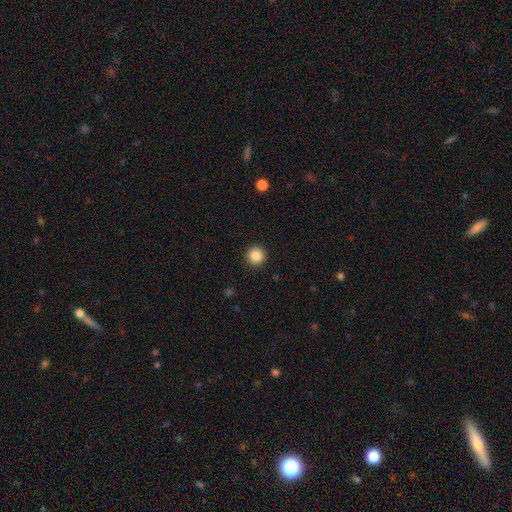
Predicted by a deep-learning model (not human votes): Morphology: type=smooth (86%); roundness=round (96%); merging=none (93%).